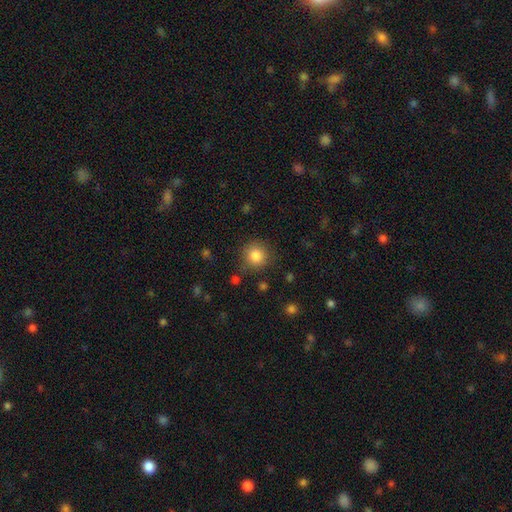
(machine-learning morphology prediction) smooth_or_featured: smooth (p=0.85) [alt: star or artifact p=0.10]
how_rounded: round (p=0.93) [alt: in between p=0.06]
merging: none (p=0.85) [alt: minor disturbance p=0.09]